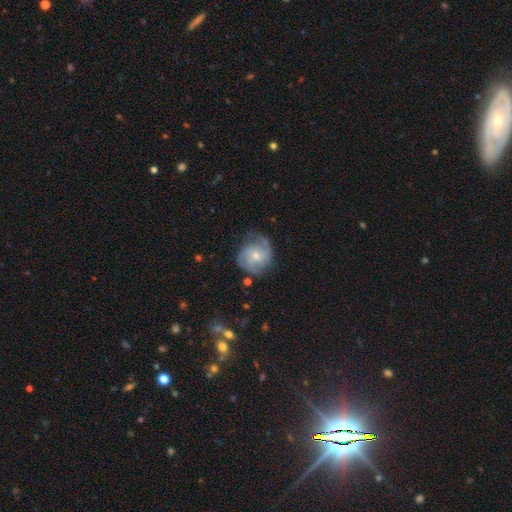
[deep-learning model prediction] A featured or disk galaxy (76%) with no bar (70%), 3 (36%) medium (46%) spiral arms (94%) and a small central bulge (54%).

Vote fractions:
- Smooth or featured? featured or disk: 76% / smooth: 17% / star or artifact: 6%
- Edge-on disk? no: 98% / yes: 2%
- Bar? no: 70% / weak: 26% / strong: 4%
- Spiral arms? yes: 94% / no: 6%
- Spiral winding? medium: 46% / tight: 38% / loose: 16%
- Spiral arm count? 3: 36% / 2: 29% / can't tell: 18% / 4: 7% / 1: 5% / more than 4: 5%
- Bulge size? small: 54% / moderate: 41% / none: 2% / large: 2% / dominant: 1%
- Merging? none: 67% / minor disturbance: 22% / major disturbance: 9% / merger: 2%